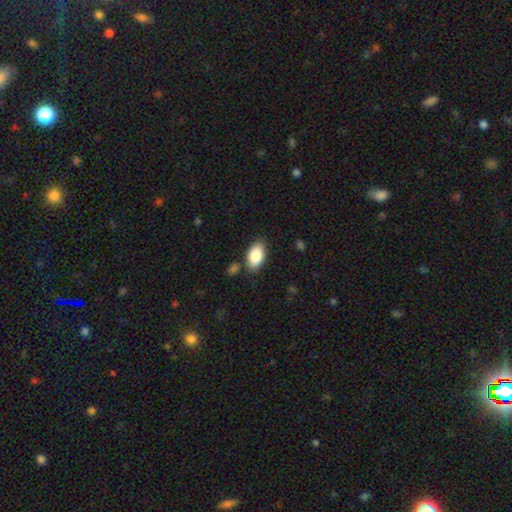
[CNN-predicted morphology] A smooth galaxy with no disk features (85%) that is in between round and cigar-shaped (94%). Merging: none (82%).